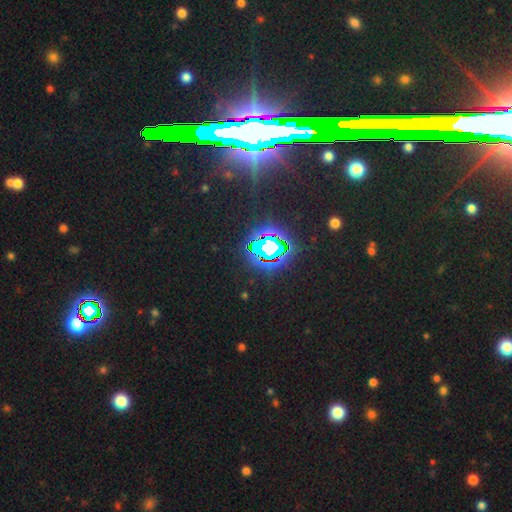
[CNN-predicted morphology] This is clearly a star or artifact rather than a galaxy (82%).